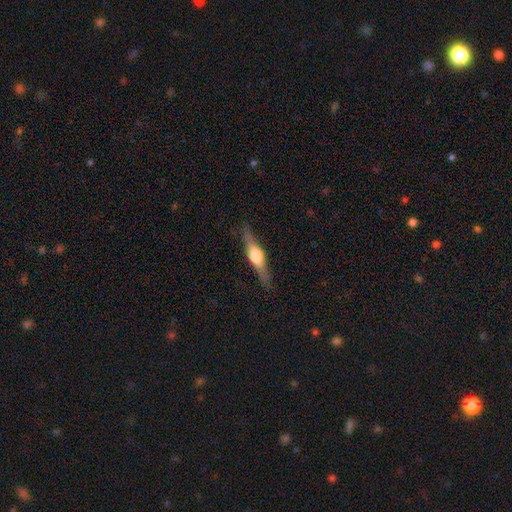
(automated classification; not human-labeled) featured or disk 63%, smooth 32%, star or artifact 6%. Down the decision tree: edge-on disk — yes (95%); edge-on bulge — rounded (91%); merging — none (85%).